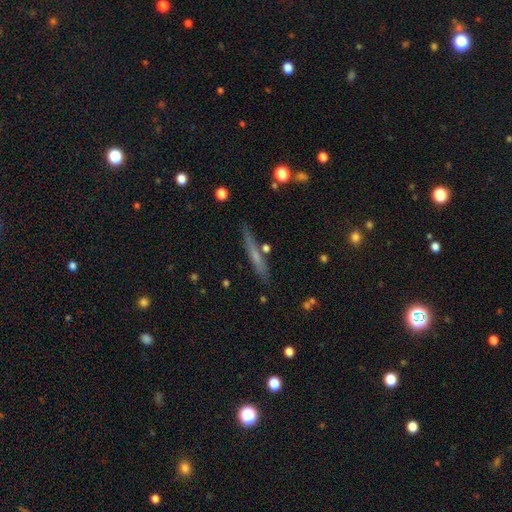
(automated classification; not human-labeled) A smooth galaxy with no disk features (50%) that is cigar-shaped (94%).

Vote fractions:
- Smooth or featured? smooth: 50% / featured or disk: 42% / star or artifact: 8%
- How rounded? cigar-shaped: 94% / in between: 4% / round: 2%
- Merging? none: 84% / minor disturbance: 10% / merger: 4% / major disturbance: 2%